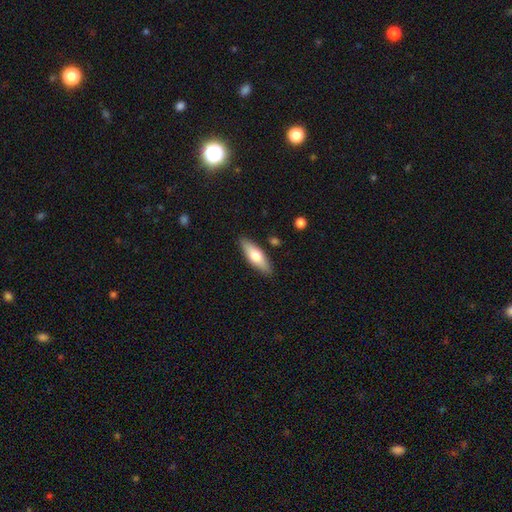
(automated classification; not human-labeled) A smooth galaxy with no disk features (64%) that is in between round and cigar-shaped (57%). Merging: none (87%).